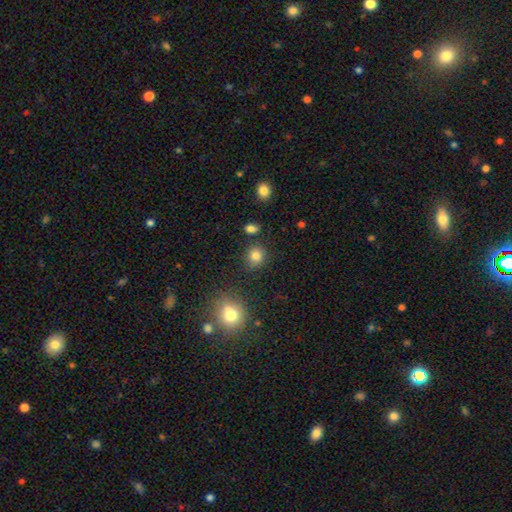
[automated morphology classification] smooth 82%, star or artifact 12%, featured or disk 6%. Down the decision tree: how rounded — round (82%); merging — none (81%).